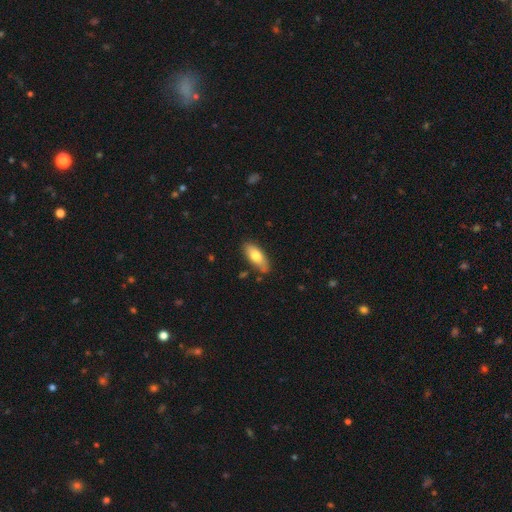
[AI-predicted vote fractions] smooth-or-featured: smooth: 73% | featured or disk: 21% | star or artifact: 6%
  how-rounded: in between: 77% | cigar-shaped: 20% | round: 2%
  merging: none: 81% | minor disturbance: 14% | major disturbance: 3% | merger: 2%